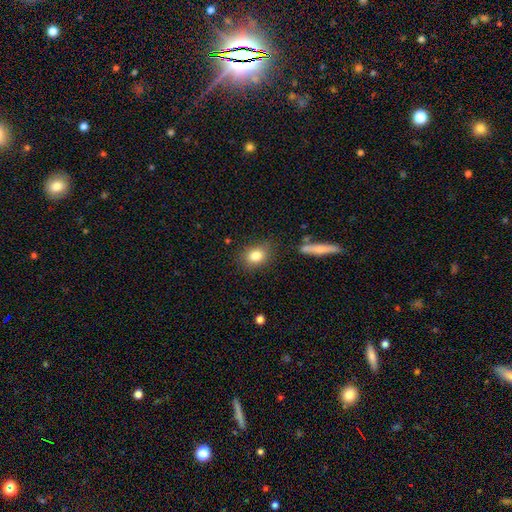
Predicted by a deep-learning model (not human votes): This appears to be a smooth galaxy with no disk features (82%) that is round (50%). Merging: none (81%).